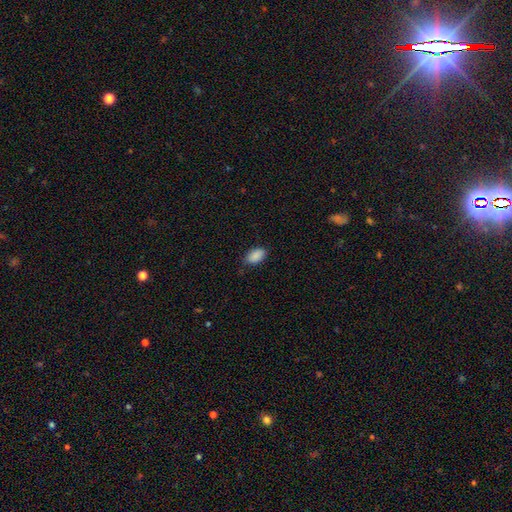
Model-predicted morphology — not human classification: Smooth or featured? smooth (90%)
How rounded? in between (93%)
Merging? none (80%)